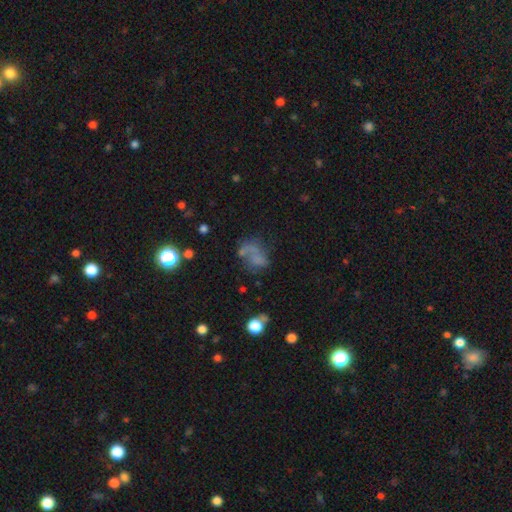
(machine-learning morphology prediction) Smooth or featured?
  - smooth: 42% *
  - featured or disk: 39%
  - star or artifact: 19%
Merging?
  - major disturbance: 33% *
  - none: 32%
  - minor disturbance: 19%
  - merger: 15%